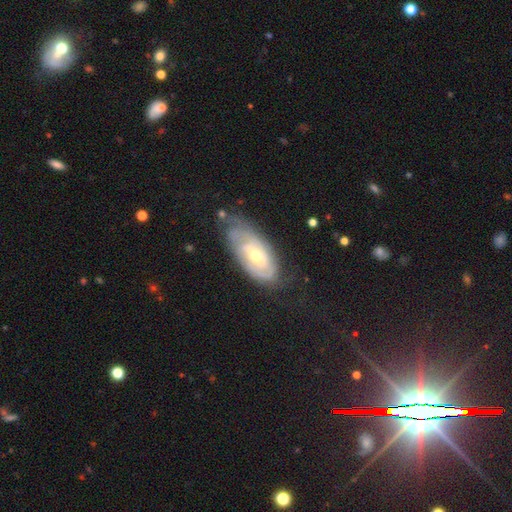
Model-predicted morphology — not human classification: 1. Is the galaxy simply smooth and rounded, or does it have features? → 77% featured or disk, 17% smooth, 6% star or artifact.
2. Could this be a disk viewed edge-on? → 92% no, 8% yes.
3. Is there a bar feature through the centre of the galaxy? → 57% no, 34% weak, 8% strong.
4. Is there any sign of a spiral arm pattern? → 87% yes, 13% no.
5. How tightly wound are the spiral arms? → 73% tight, 21% medium, 6% loose.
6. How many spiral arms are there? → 51% can't tell, 28% 2, 9% 3, 5% 1, 4% 4, 3% more than 4.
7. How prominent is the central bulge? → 59% moderate, 37% small, 3% large, 1% none, 1% dominant.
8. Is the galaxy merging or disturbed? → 60% none, 27% minor disturbance, 11% major disturbance, 2% merger.